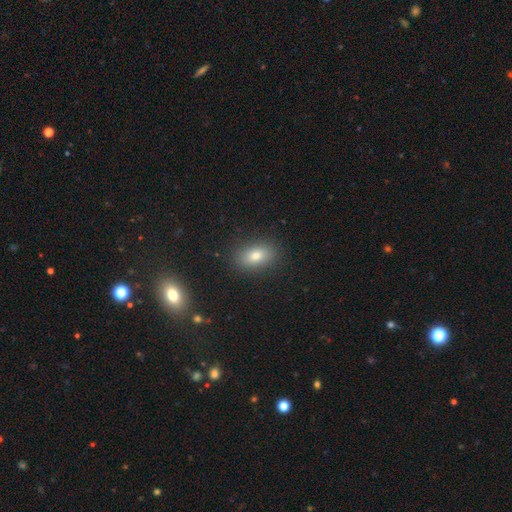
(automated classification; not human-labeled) A smooth galaxy with no disk features (77%) that is in between round and cigar-shaped (85%). Merging: none (86%).